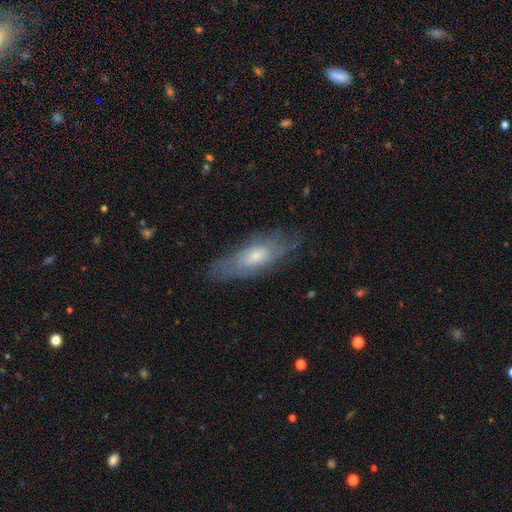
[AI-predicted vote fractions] Smooth or featured? Predicted: featured or disk (p=0.54). Edge-on disk? Predicted: no (p=0.74). Merging? Predicted: none (p=0.72).